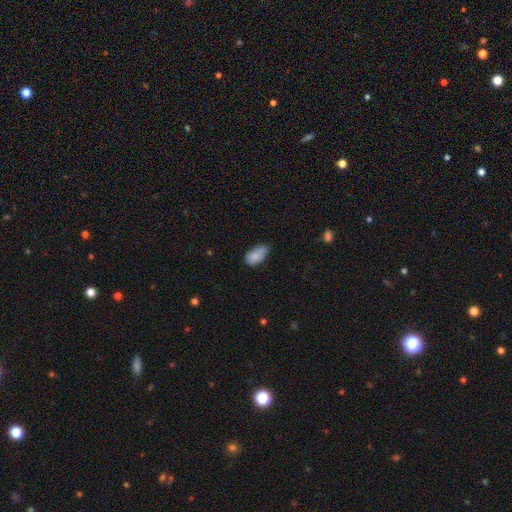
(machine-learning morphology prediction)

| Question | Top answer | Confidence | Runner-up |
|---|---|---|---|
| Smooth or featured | smooth | 85% | featured or disk (8%) |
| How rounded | in between | 93% | round (5%) |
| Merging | none | 52% | minor disturbance (40%) |